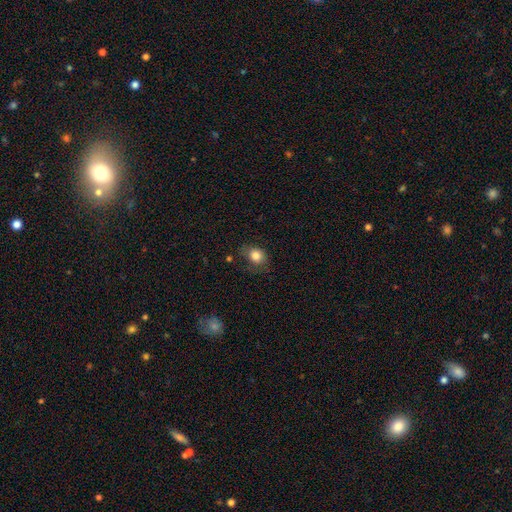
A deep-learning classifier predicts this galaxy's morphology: type=smooth (83%); roundness=round (51%); merging=none (63%).